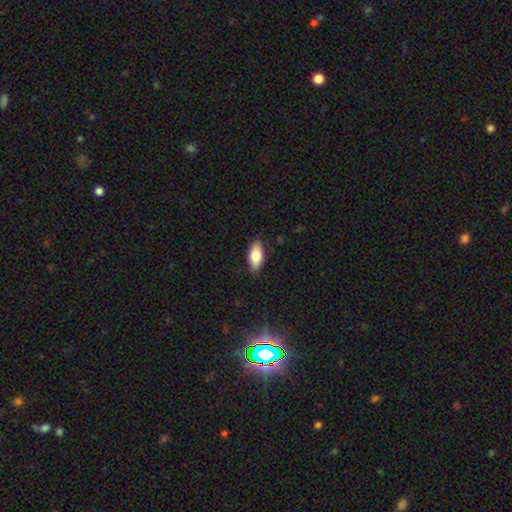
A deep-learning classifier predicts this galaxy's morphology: smooth 78%, featured or disk 15%, star or artifact 7%. Down the decision tree: how rounded — in between (88%); merging — none (85%).